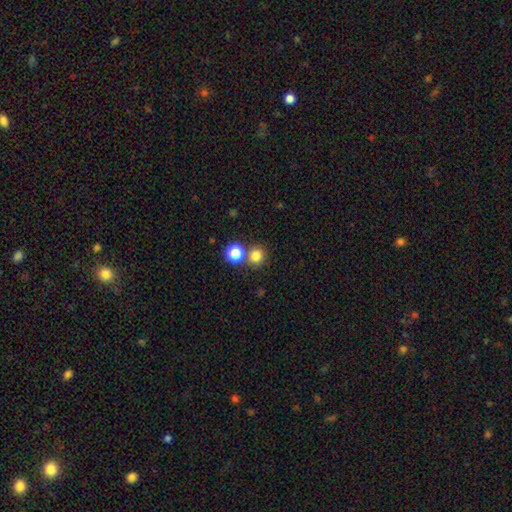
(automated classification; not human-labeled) Smooth or featured? smooth (79%)
How rounded? round (92%)
Merging? none (74%)